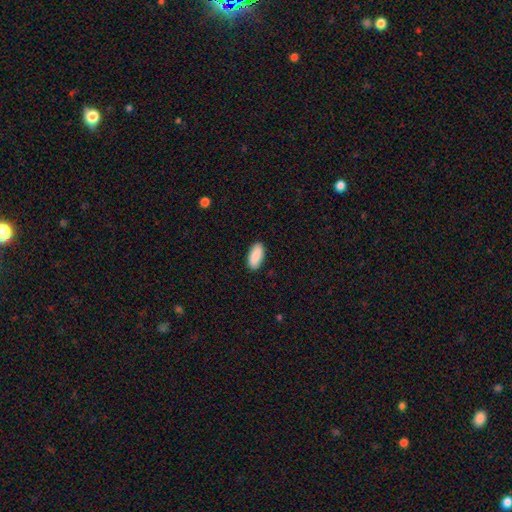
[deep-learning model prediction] smooth-or-featured: smooth: 88% | featured or disk: 6% | star or artifact: 6%
  how-rounded: in between: 88% | cigar-shaped: 10% | round: 2%
  merging: none: 89% | minor disturbance: 8% | major disturbance: 2% | merger: 1%